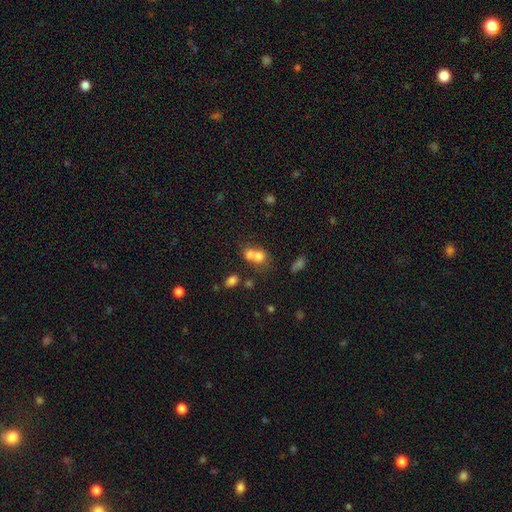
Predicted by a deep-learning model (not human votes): Overall: smooth (71%). How rounded: round (65%; in between 34%). Merging: merger (64%; none 26%).